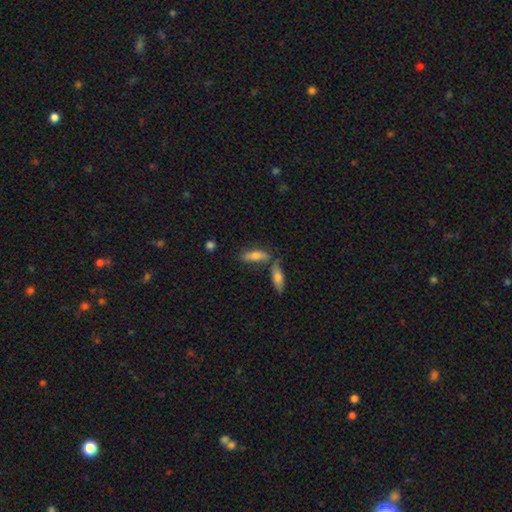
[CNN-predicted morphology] Smooth or featured?
  - smooth: 68% *
  - featured or disk: 24%
  - star or artifact: 7%
How rounded?
  - in between: 59% *
  - cigar-shaped: 39%
  - round: 3%
Merging?
  - none: 57% *
  - merger: 24%
  - minor disturbance: 15%
  - major disturbance: 5%